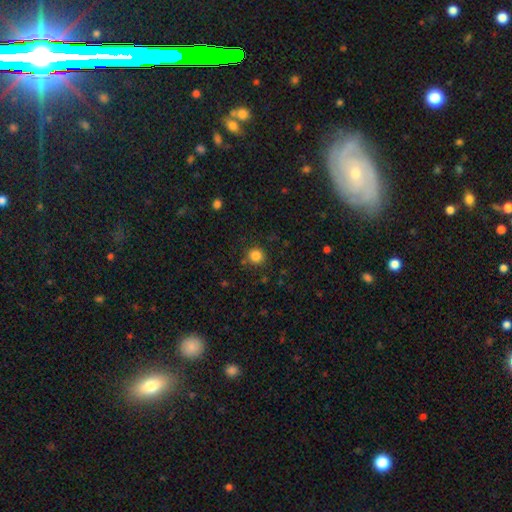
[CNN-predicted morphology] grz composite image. It shows a smooth galaxy with no disk features (84%) that is round (91%). Merging: none (84%).